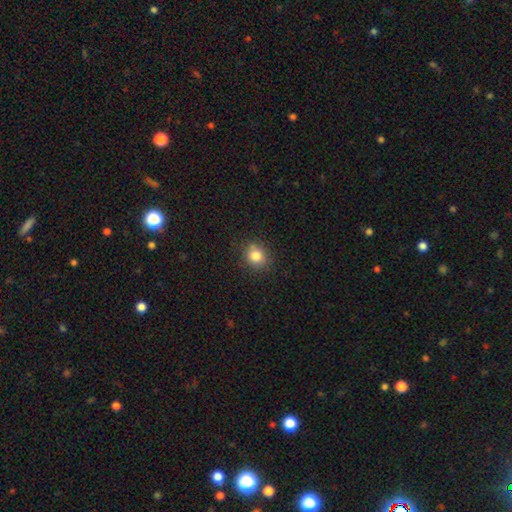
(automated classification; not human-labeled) Smooth or featured?
  - smooth: 82% *
  - star or artifact: 11%
  - featured or disk: 7%
How rounded?
  - round: 76% *
  - in between: 23%
  - cigar-shaped: 1%
Merging?
  - none: 79% *
  - minor disturbance: 14%
  - merger: 4%
  - major disturbance: 3%